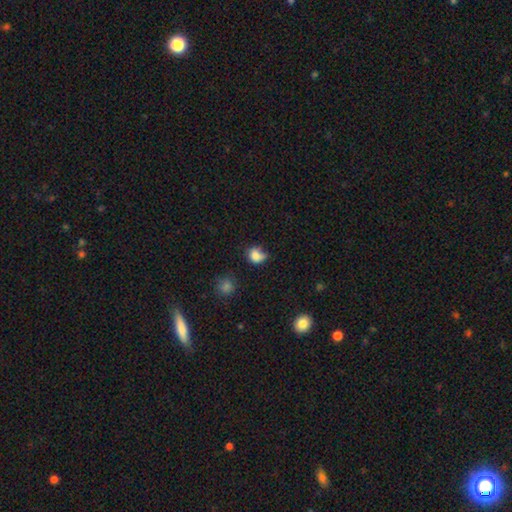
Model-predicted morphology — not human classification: Smooth or featured: smooth — 79% (star or artifact — 12%)
How rounded: round — 54% (in between — 45%)
Merging: none — 42% (minor disturbance — 33%)